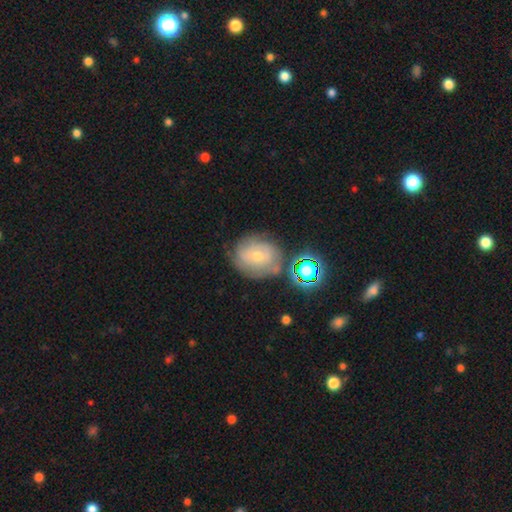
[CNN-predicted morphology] A featured or disk galaxy (62%) with no bar (64%), tight (69%) spiral arms (85%) and a small central bulge (58%). Merging: none (68%).